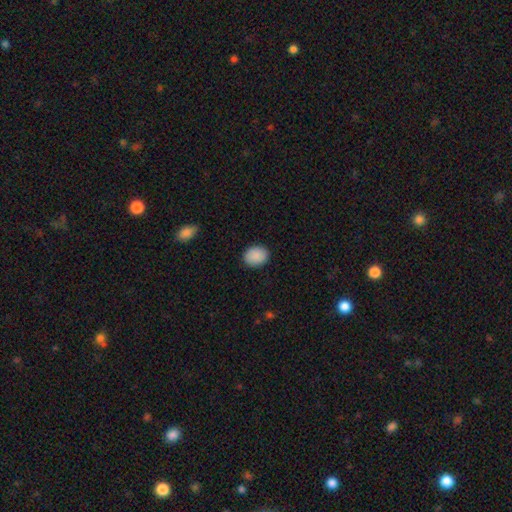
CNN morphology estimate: Q: Smooth or featured?
A: smooth (90%); runner-up: star or artifact (7%)
Q: How rounded?
A: in between (54%); runner-up: round (45%)
Q: Merging?
A: none (89%); runner-up: minor disturbance (8%)